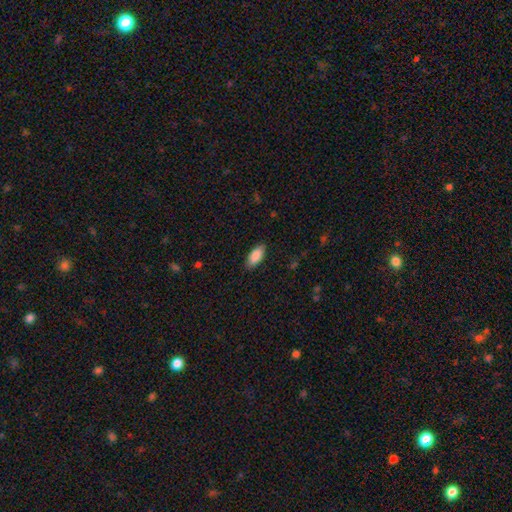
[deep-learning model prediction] smooth-or-featured: smooth: 89% | star or artifact: 6% | featured or disk: 5%
  how-rounded: in between: 88% | cigar-shaped: 11% | round: 2%
  merging: none: 88% | minor disturbance: 9% | major disturbance: 2% | merger: 1%